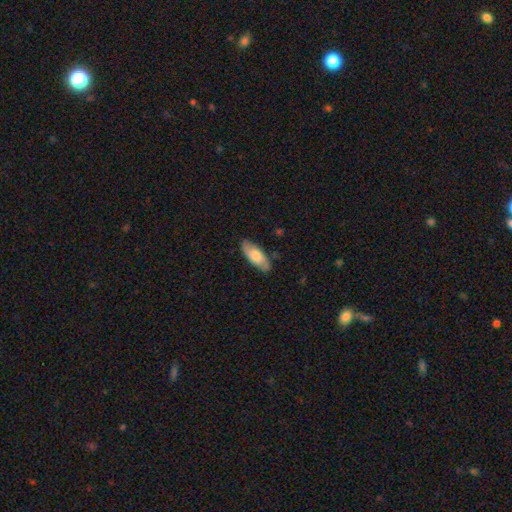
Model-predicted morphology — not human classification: Overall: smooth (62%; featured or disk 32%). How rounded: in between (76%). Merging: none (83%).